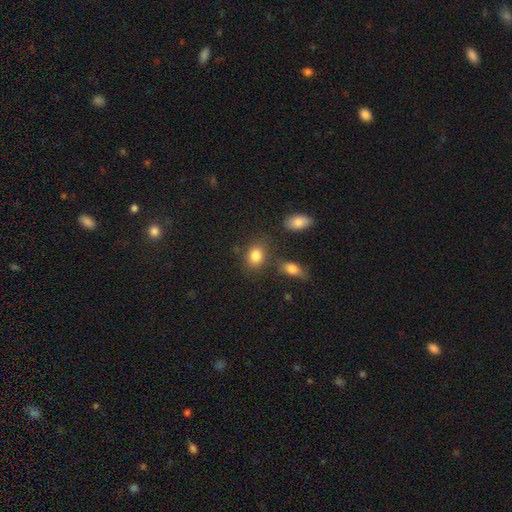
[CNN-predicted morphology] Smooth or featured?
  - smooth: 84% *
  - star or artifact: 9%
  - featured or disk: 7%
How rounded?
  - in between: 61% *
  - round: 38%
  - cigar-shaped: 1%
Merging?
  - none: 71% *
  - minor disturbance: 13%
  - merger: 11%
  - major disturbance: 5%